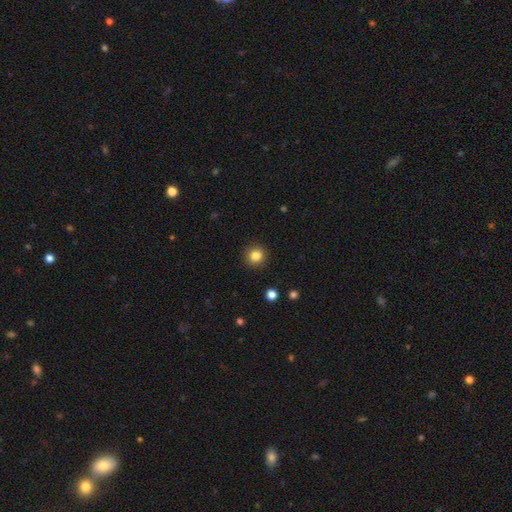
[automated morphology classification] Smooth or featured? Predicted: smooth (p=0.84). How rounded? Predicted: round (p=0.93). Merging? Predicted: none (p=0.92).